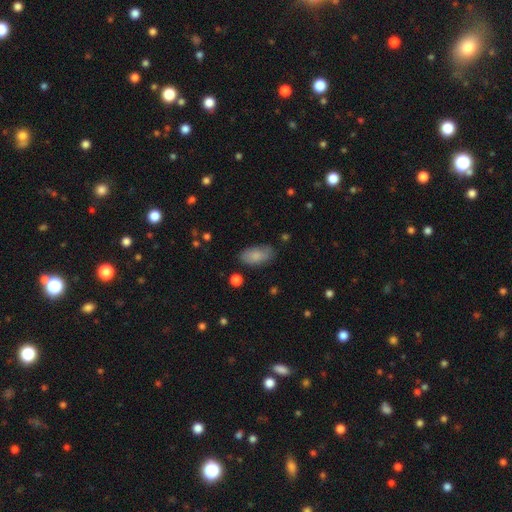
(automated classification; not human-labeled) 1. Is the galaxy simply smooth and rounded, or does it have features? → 83% smooth, 11% featured or disk, 7% star or artifact.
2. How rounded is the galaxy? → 93% in between, 4% cigar-shaped, 3% round.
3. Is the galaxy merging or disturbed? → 76% none, 18% minor disturbance, 4% major disturbance, 2% merger.